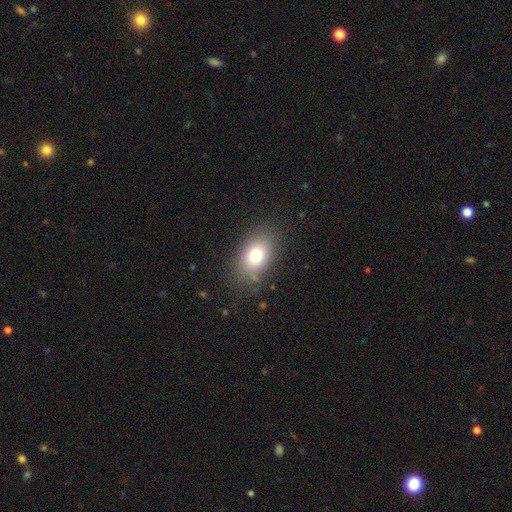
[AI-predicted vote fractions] The model was most divided on "smooth or featured": smooth: 75%, featured or disk: 14%, star or artifact: 11%. More confident: how rounded — in between (81%); merging — none (79%).